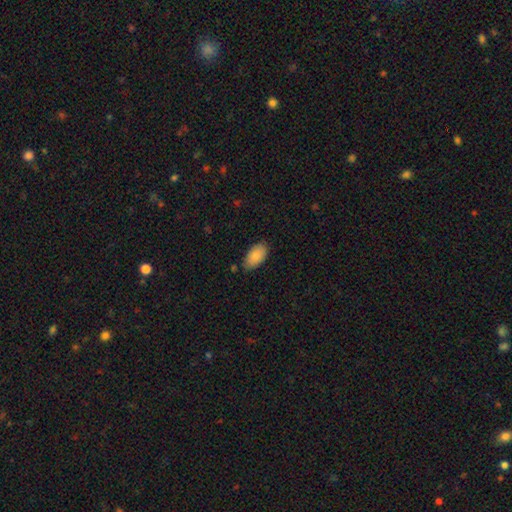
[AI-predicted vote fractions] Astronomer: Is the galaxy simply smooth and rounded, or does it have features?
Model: smooth — 86%.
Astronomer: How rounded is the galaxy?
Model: in between — 95%.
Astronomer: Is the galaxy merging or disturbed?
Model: none — 78%.